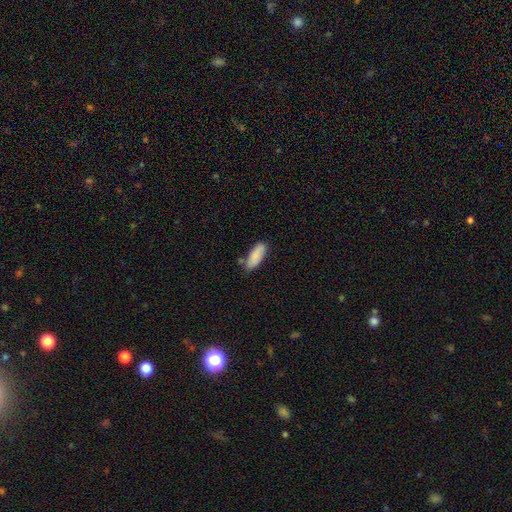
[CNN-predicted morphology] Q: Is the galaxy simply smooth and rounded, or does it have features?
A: smooth — 87%.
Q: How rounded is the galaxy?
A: in between — 73%.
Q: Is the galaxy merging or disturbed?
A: none — 71%.